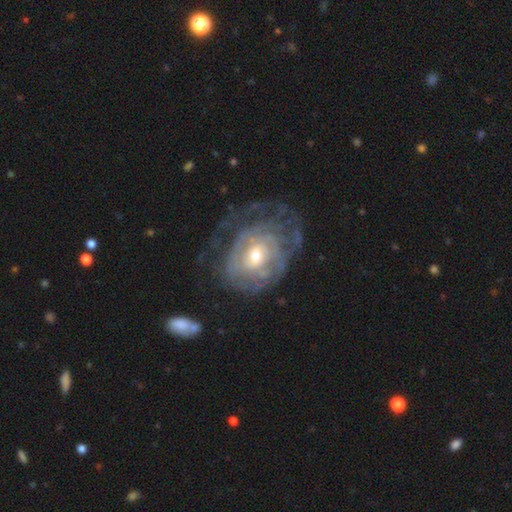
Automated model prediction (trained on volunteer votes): Overall: featured or disk (79%). Edge-on disk: no (96%). Bar: no (65%; weak 28%). Spiral arms: yes (80%). Spiral arm count: can't tell (61%). Spiral winding: tight (69%). Bulge size: moderate (52%; small 42%). Merging: none (53%; major disturbance 24%).